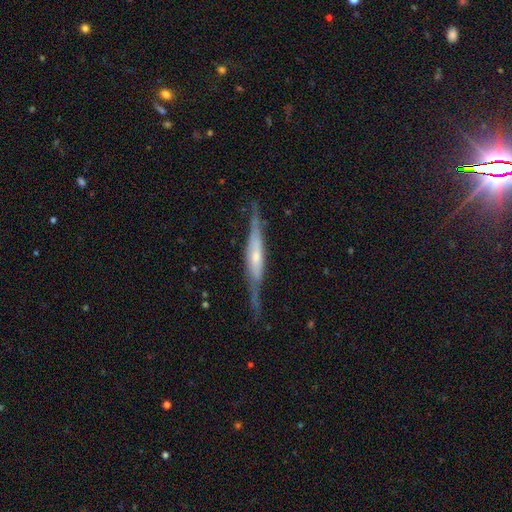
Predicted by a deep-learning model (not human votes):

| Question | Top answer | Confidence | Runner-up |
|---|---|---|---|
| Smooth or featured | featured or disk | 74% | smooth (21%) |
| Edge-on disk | yes | 89% | no (11%) |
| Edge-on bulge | rounded | 48% | none (27%) |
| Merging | none | 67% | minor disturbance (23%) |